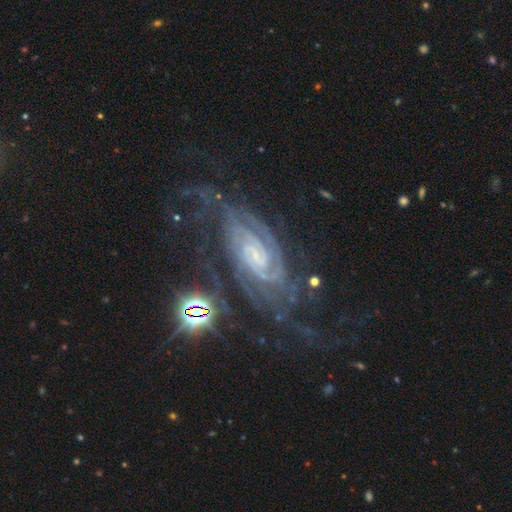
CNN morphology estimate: A featured or disk galaxy (85%) with no bar (53%), 2 (45%) tight (68%) spiral arms (98%) and a small central bulge (70%). Merging: none (61%).